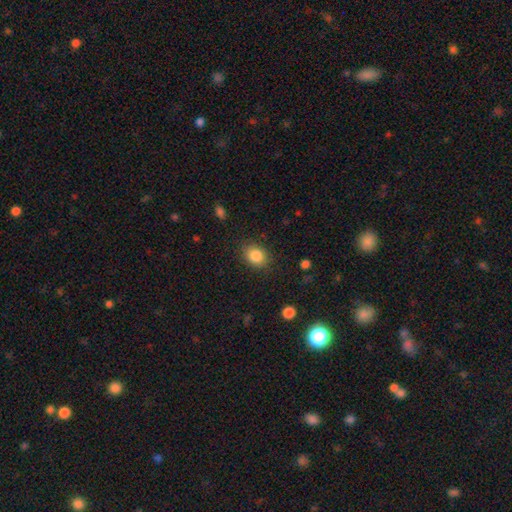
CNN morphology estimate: Overall: smooth (86%). How rounded: round (50%; in between 49%). Merging: none (84%).